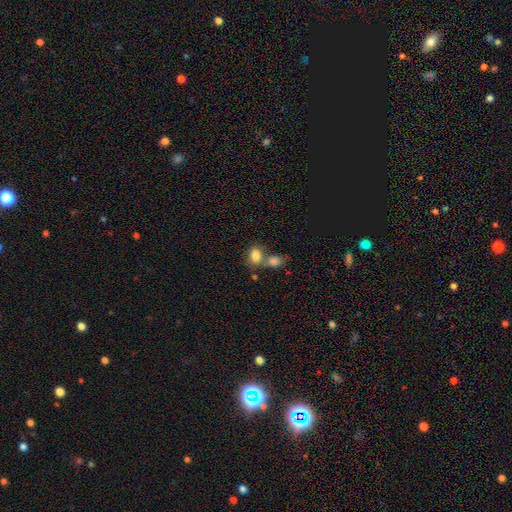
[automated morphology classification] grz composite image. It shows a smooth galaxy with no disk features (83%) that is in between round and cigar-shaped (66%). Merging: merger (46%).